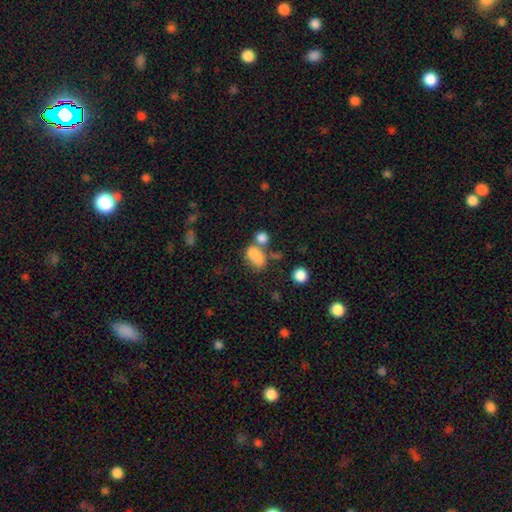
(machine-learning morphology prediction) A smooth galaxy with no disk features (76%) that is in between round and cigar-shaped (80%). Merging: merger (49%).